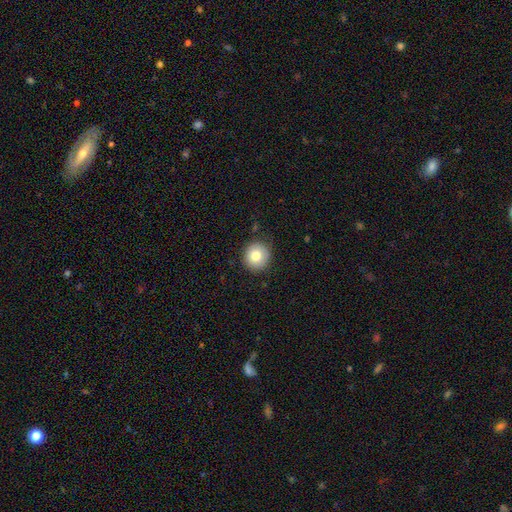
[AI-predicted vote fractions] smooth_or_featured: smooth (p=0.80) [alt: featured or disk p=0.11]
how_rounded: round (p=0.93) [alt: in between p=0.06]
merging: none (p=0.89) [alt: minor disturbance p=0.08]